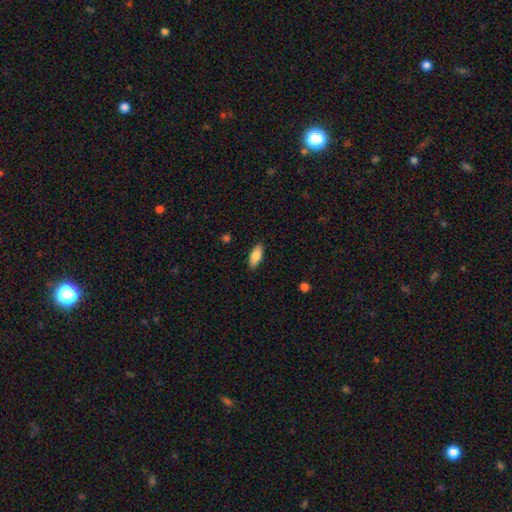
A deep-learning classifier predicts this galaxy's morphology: Smooth or featured? Predicted: smooth (p=0.85). How rounded? Predicted: in between (p=0.84). Merging? Predicted: none (p=0.88).